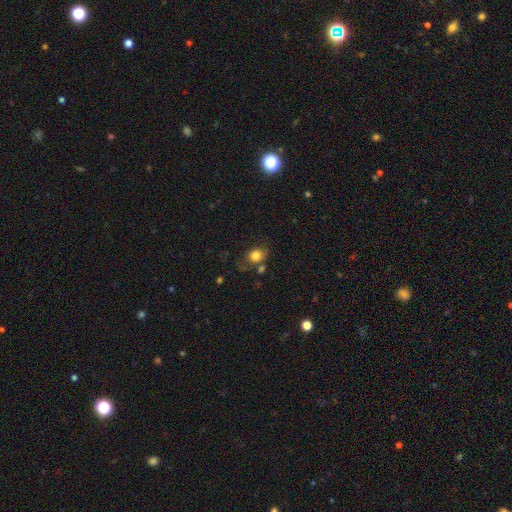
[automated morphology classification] smooth 78%, featured or disk 12%, star or artifact 10%. Down the decision tree: how rounded — round (56%); merging — none (54%).